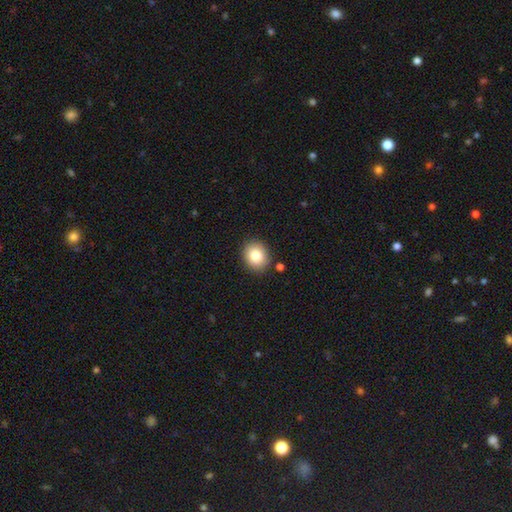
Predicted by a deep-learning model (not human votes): Smooth or featured? Predicted: smooth (p=0.82). How rounded? Predicted: round (p=0.68). Merging? Predicted: none (p=0.87).